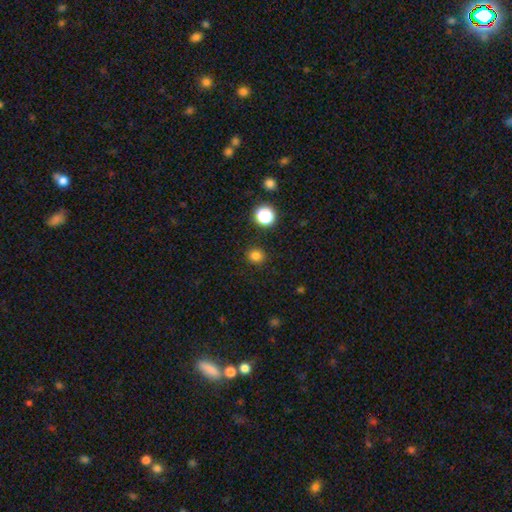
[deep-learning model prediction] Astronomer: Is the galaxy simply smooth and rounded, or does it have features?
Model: smooth — 81%.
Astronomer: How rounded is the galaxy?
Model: round — 86%.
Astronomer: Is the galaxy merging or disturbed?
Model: none — 90%.